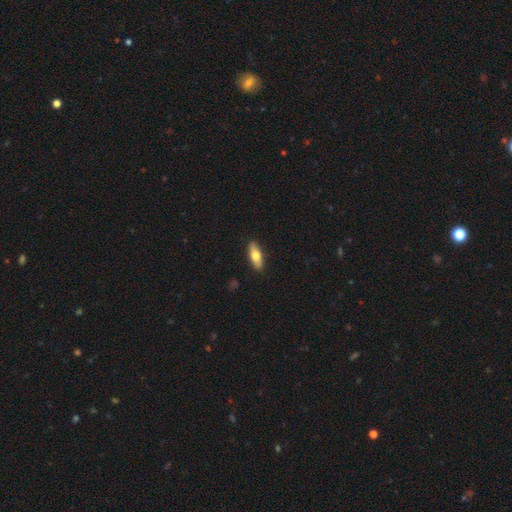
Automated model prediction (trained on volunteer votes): The model was most divided on "how rounded": in between: 64%, cigar-shaped: 33%, round: 3%. More confident: merging — none (90%); smooth or featured — smooth (63%).